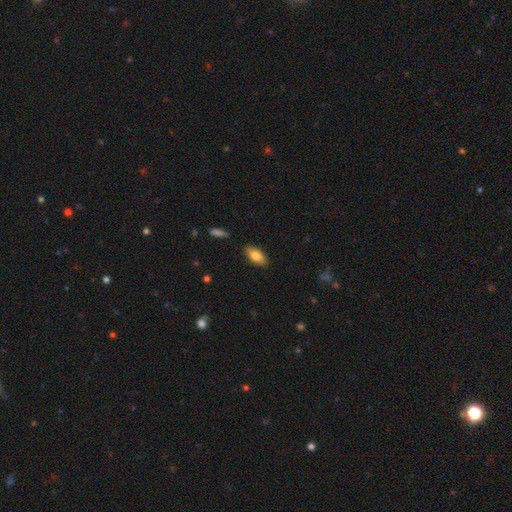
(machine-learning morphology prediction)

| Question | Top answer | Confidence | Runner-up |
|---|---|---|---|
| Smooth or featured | smooth | 81% | featured or disk (12%) |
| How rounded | in between | 88% | cigar-shaped (10%) |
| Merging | none | 86% | minor disturbance (10%) |